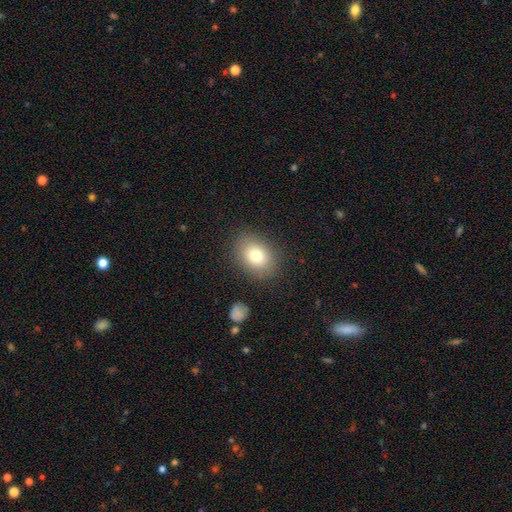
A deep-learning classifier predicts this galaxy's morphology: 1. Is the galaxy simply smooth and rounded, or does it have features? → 79% smooth, 11% featured or disk, 10% star or artifact.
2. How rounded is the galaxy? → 68% in between, 31% round, 1% cigar-shaped.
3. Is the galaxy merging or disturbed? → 84% none, 11% minor disturbance, 4% major disturbance, 2% merger.